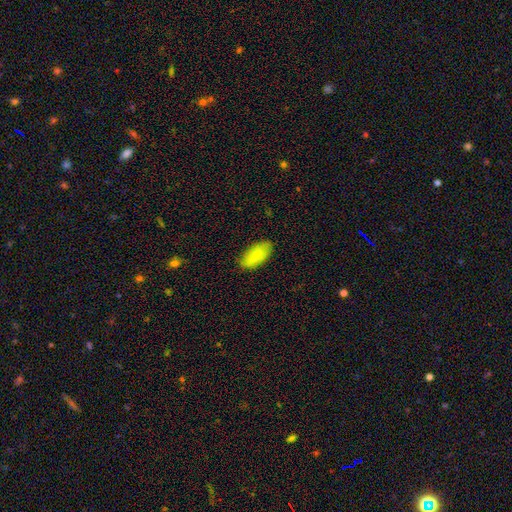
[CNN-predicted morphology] smooth-or-featured: smooth: 87% | featured or disk: 7% | star or artifact: 6%
  how-rounded: in between: 91% | cigar-shaped: 7% | round: 2%
  merging: none: 85% | minor disturbance: 12% | major disturbance: 2% | merger: 1%